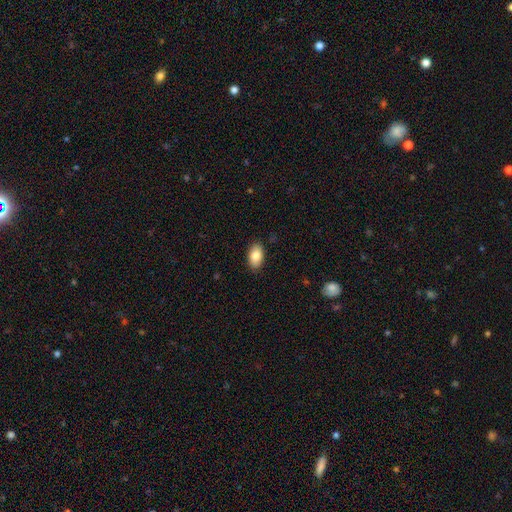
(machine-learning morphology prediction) The model was most divided on "smooth or featured": smooth: 84%, featured or disk: 9%, star or artifact: 7%. More confident: how rounded — in between (93%); merging — none (87%).